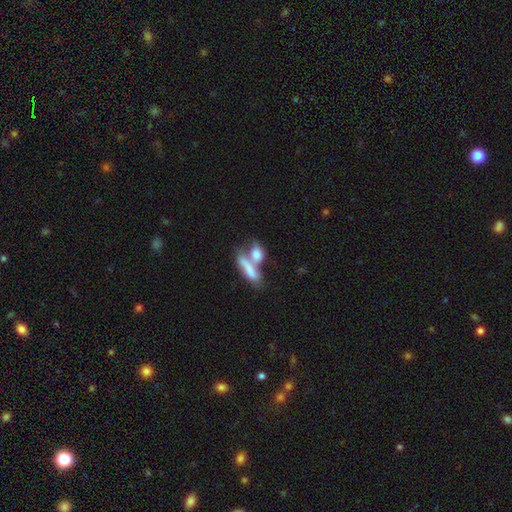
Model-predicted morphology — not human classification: smooth_or_featured: smooth (p=0.64) [alt: featured or disk p=0.25]
how_rounded: in between (p=0.50) [alt: cigar-shaped p=0.37]
merging: merger (p=0.55) [alt: none p=0.31]